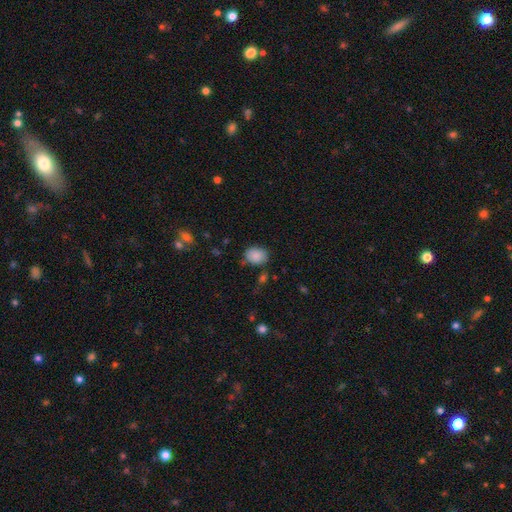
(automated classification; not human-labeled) Smooth or featured? Predicted: smooth (p=0.87). How rounded? Predicted: in between (p=0.55). Merging? Predicted: none (p=0.71).